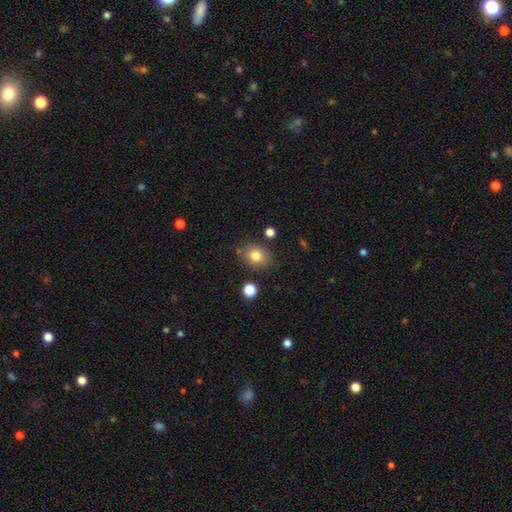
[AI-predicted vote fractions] Smooth or featured? Predicted: smooth (p=0.79). How rounded? Predicted: round (p=0.52). Merging? Predicted: none (p=0.79).